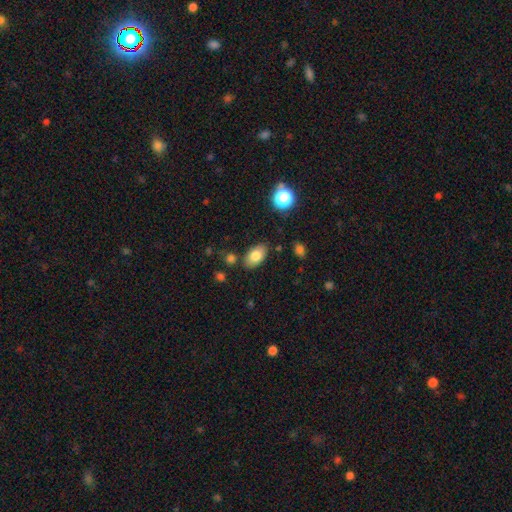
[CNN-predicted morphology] This appears to be a smooth galaxy with no disk features (80%) that is in between round and cigar-shaped (92%). Merging: none (82%).